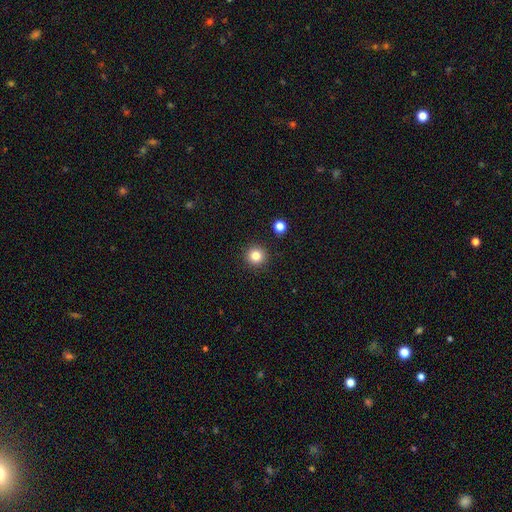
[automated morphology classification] type=smooth (83%); roundness=round (95%); merging=none (92%).